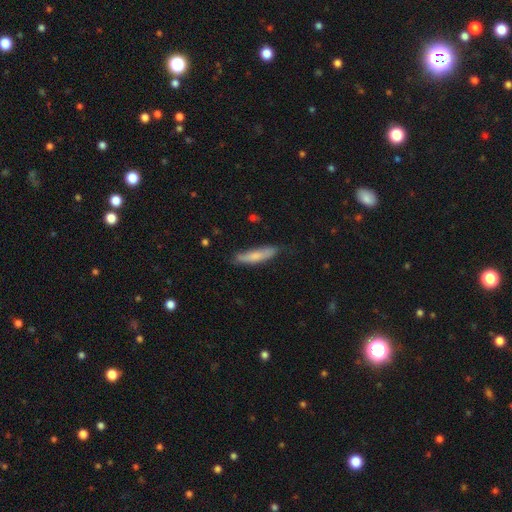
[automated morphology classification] Smooth or featured: smooth — 72% (featured or disk — 22%)
How rounded: cigar-shaped — 82% (in between — 17%)
Merging: none — 74% (minor disturbance — 21%)